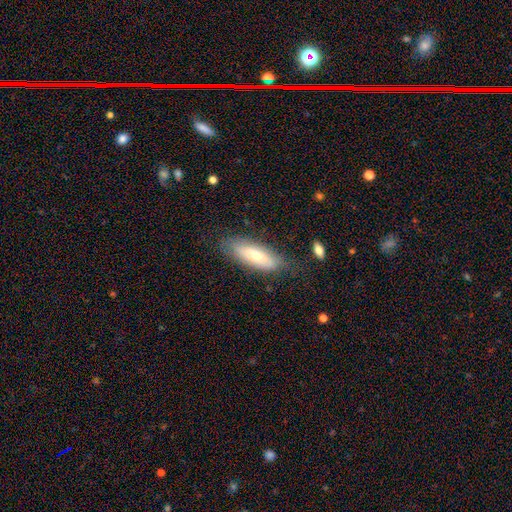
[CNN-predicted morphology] smooth-or-featured: smooth: 62% | featured or disk: 31% | star or artifact: 7%
  how-rounded: in between: 62% | cigar-shaped: 36% | round: 2%
  merging: none: 75% | minor disturbance: 18% | major disturbance: 5% | merger: 2%